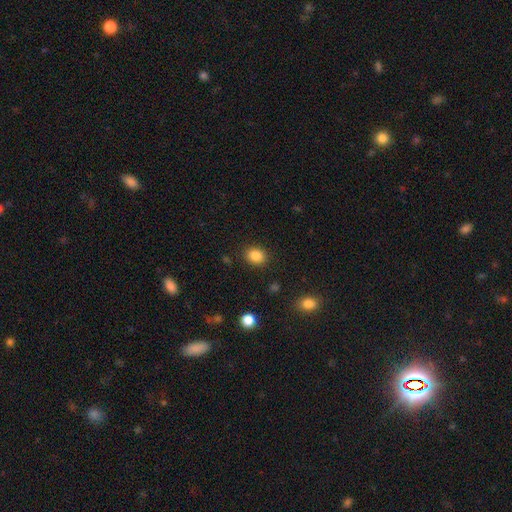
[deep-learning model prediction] Smooth or featured: smooth — 86% (star or artifact — 10%)
How rounded: round — 52% (in between — 47%)
Merging: none — 88% (minor disturbance — 8%)